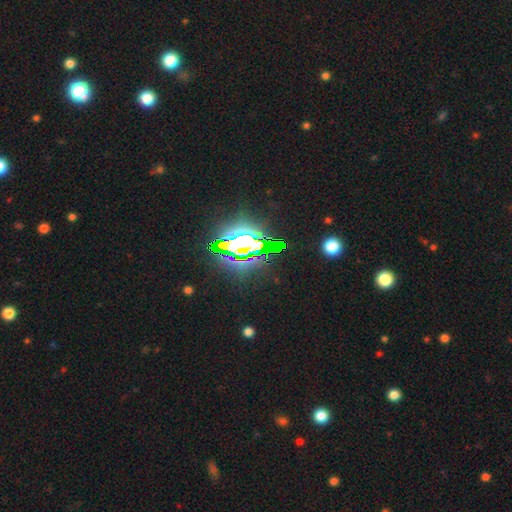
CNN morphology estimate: The model was most divided on "smooth or featured": star or artifact: 77%, featured or disk: 12%, smooth: 10%.